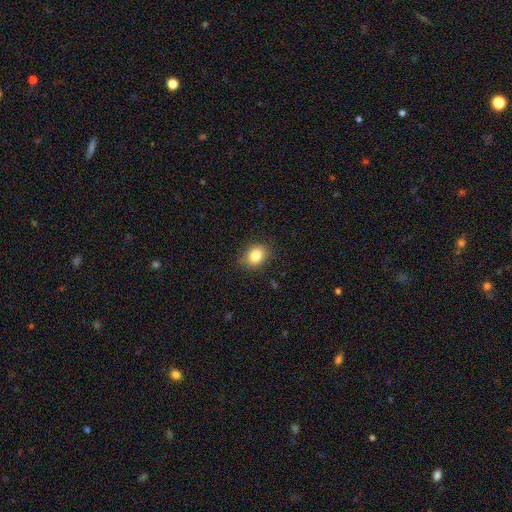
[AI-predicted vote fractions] smooth_or_featured: smooth (p=0.83) [alt: star or artifact p=0.10]
how_rounded: in between (p=0.51) [alt: round p=0.48]
merging: none (p=0.85) [alt: minor disturbance p=0.11]